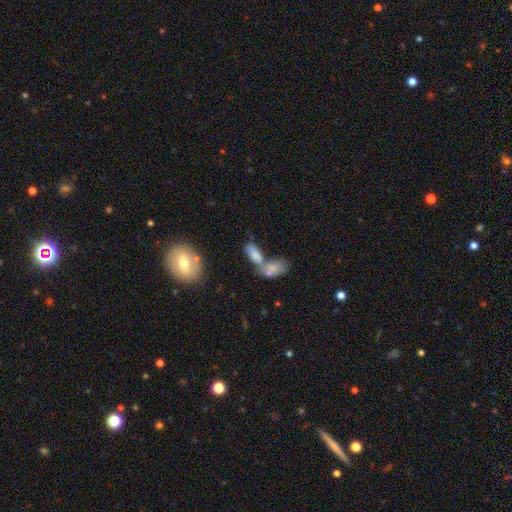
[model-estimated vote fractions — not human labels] smooth 79%, featured or disk 13%, star or artifact 9%. Down the decision tree: how rounded — in between (87%); merging — merger (57%).